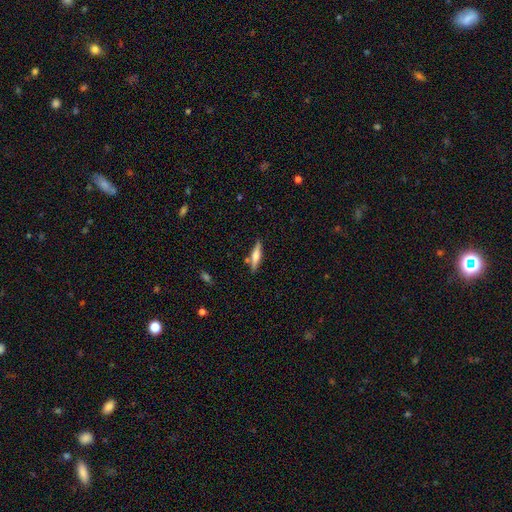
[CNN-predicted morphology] Q: Smooth or featured?
A: smooth (52%); runner-up: featured or disk (42%)
Q: How rounded?
A: cigar-shaped (78%); runner-up: in between (20%)
Q: Merging?
A: none (82%); runner-up: minor disturbance (11%)